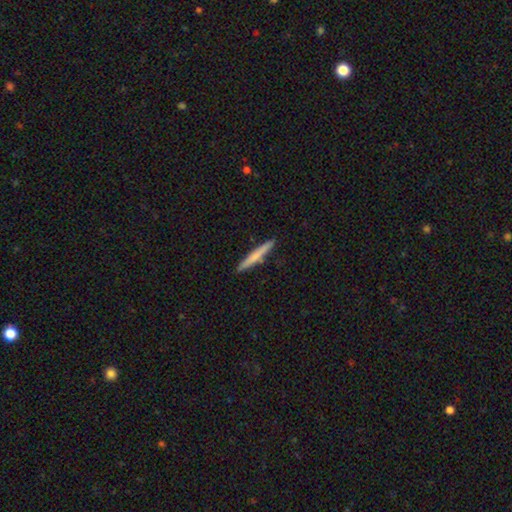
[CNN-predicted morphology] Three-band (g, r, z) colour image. It shows a smooth galaxy with no disk features (61%) that is cigar-shaped (96%). Merging: none (91%).